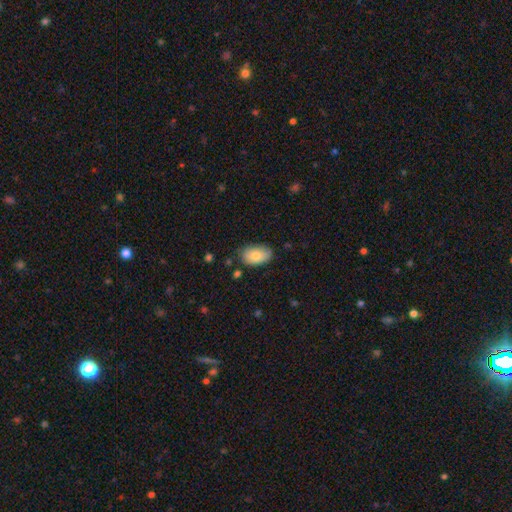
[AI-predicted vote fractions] Morphology: type=smooth (79%); roundness=in between (91%); merging=none (78%).